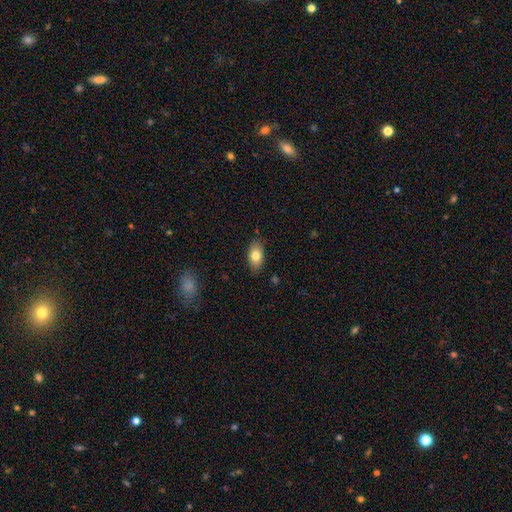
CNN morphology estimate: Q: Smooth or featured?
A: smooth (79%); runner-up: featured or disk (14%)
Q: How rounded?
A: in between (90%); runner-up: round (6%)
Q: Merging?
A: none (84%); runner-up: minor disturbance (12%)